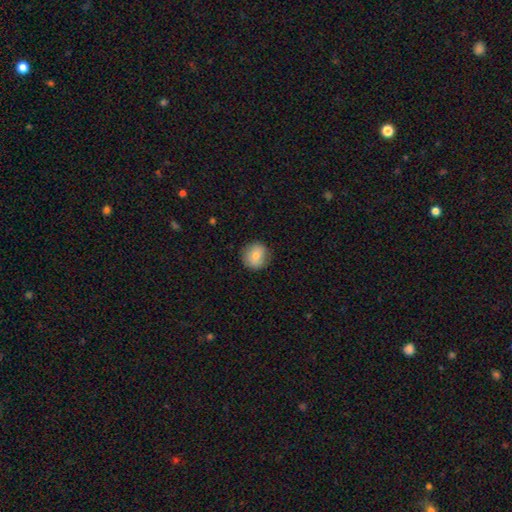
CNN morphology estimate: smooth 80%, featured or disk 12%, star or artifact 8%. Down the decision tree: how rounded — round (87%); merging — none (85%).